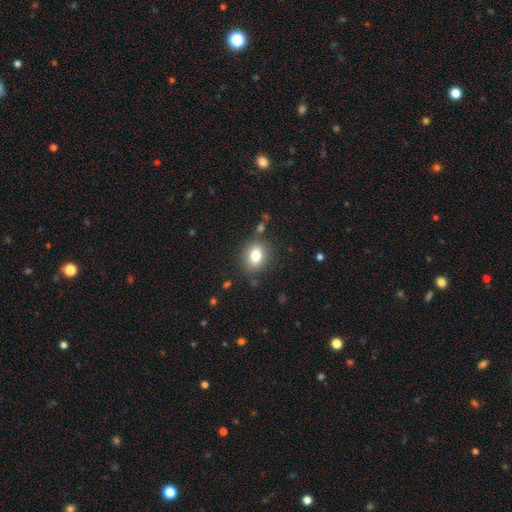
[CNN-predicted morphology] smooth 79%, star or artifact 11%, featured or disk 10%. Down the decision tree: how rounded — round (53%); merging — none (84%).